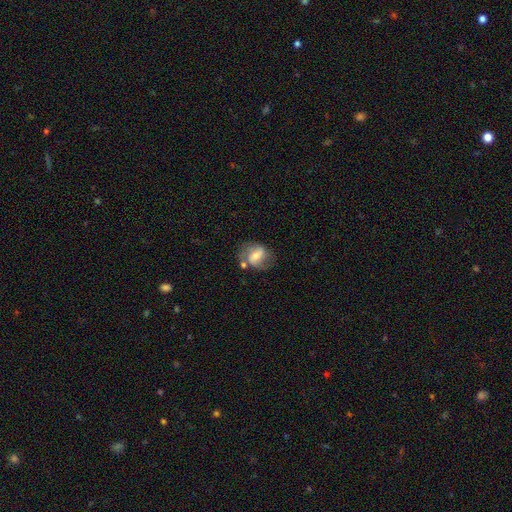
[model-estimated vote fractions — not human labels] Smooth or featured? Predicted: featured or disk (p=0.52). Edge-on disk? Predicted: no (p=0.95). Merging? Predicted: none (p=0.56).